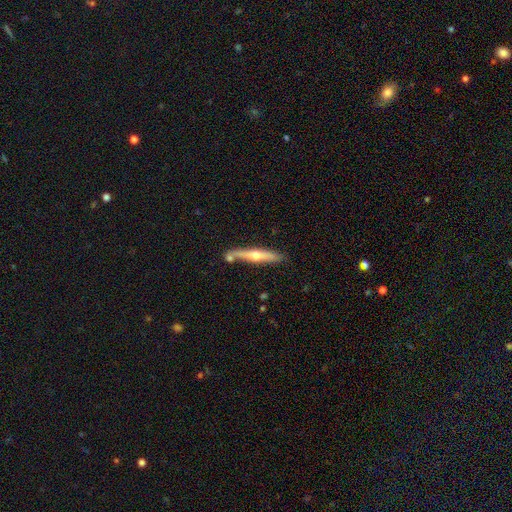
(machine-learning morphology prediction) Smooth or featured: featured or disk — 61% (smooth — 34%)
Edge-on disk: yes — 94% (no — 6%)
Edge-on bulge: rounded — 91% (none — 6%)
Merging: none — 72% (minor disturbance — 13%)